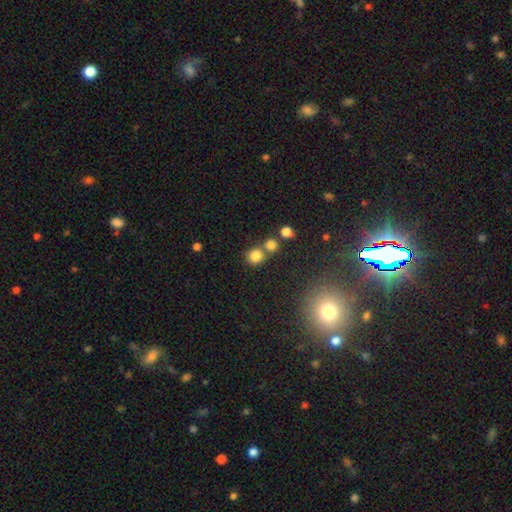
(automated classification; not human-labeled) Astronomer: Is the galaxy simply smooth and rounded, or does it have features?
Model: smooth — 80%.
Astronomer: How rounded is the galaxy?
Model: round — 86%.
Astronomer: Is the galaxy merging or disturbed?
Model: none — 57%.